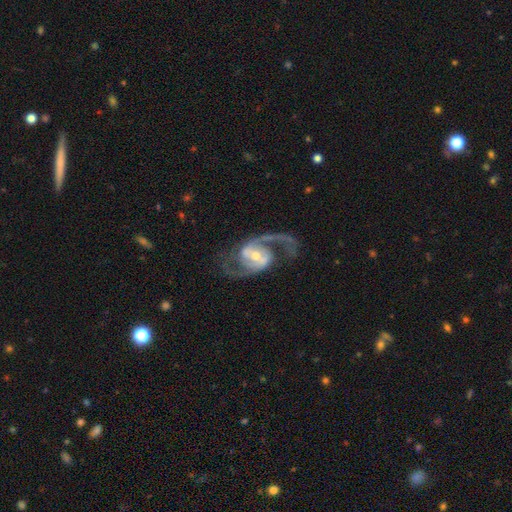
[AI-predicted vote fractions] A featured or disk galaxy (91%) with a weak bar (43%), 2 (92%) medium (49%) spiral arms (97%) and a moderate central bulge (57%).

Vote fractions:
- Smooth or featured? featured or disk: 91% / star or artifact: 4% / smooth: 4%
- Edge-on disk? no: 97% / yes: 3%
- Bar? weak: 43% / strong: 35% / no: 22%
- Spiral arms? yes: 97% / no: 3%
- Spiral winding? medium: 49% / loose: 42% / tight: 9%
- Spiral arm count? 2: 92% / 1: 2% / can't tell: 2% / 3: 1% / 4: 1% / more than 4: 1%
- Bulge size? moderate: 57% / small: 36% / large: 5% / none: 1% / dominant: 1%
- Merging? none: 72% / major disturbance: 13% / minor disturbance: 12% / merger: 2%